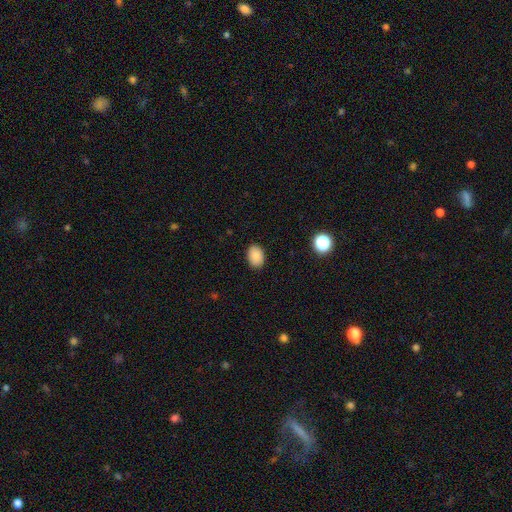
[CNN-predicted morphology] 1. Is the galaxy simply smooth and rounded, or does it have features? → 87% smooth, 9% star or artifact, 4% featured or disk.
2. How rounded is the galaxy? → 78% in between, 21% round, 1% cigar-shaped.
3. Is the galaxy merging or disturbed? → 88% none, 9% minor disturbance, 2% major disturbance, 1% merger.